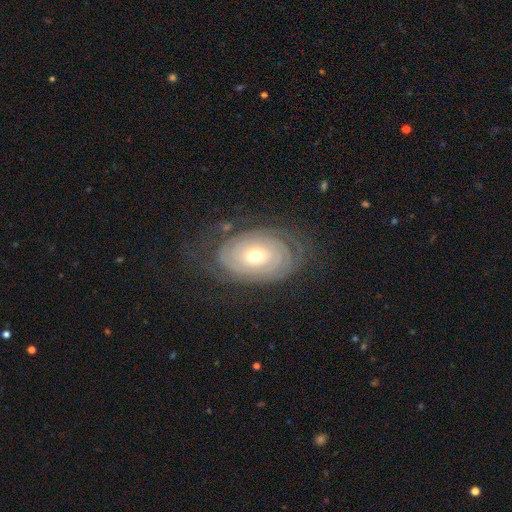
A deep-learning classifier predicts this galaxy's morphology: This appears to be a featured or disk galaxy (80%) with no bar (74%), tight (84%) spiral arms (90%) and a moderate central bulge (56%). Merging: none (73%).